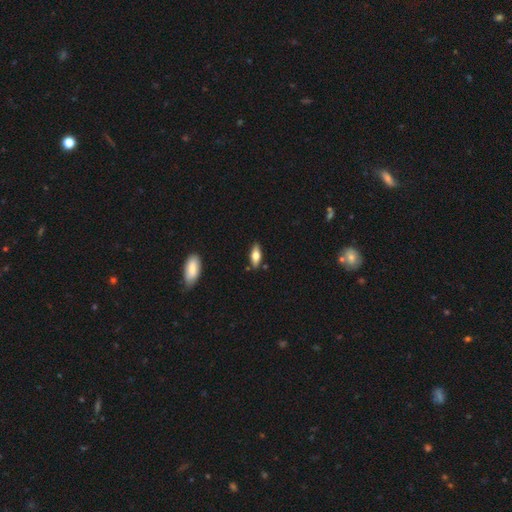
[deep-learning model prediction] This appears to be a smooth galaxy with no disk features (64%) that is in between round and cigar-shaped (74%). Merging: none (84%).